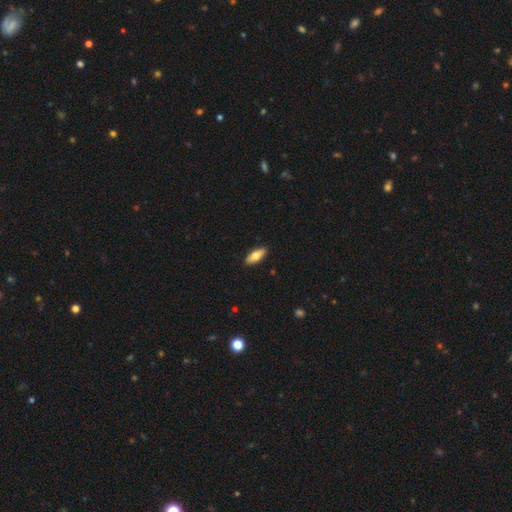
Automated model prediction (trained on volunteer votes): The model was most divided on "how rounded": in between: 70%, cigar-shaped: 28%, round: 2%. More confident: merging — none (90%); smooth or featured — smooth (69%).